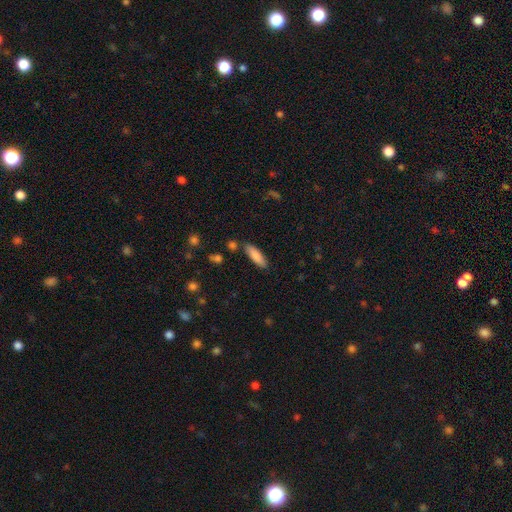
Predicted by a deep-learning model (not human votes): Overall: smooth (83%). How rounded: cigar-shaped (52%; in between 46%). Merging: none (84%).